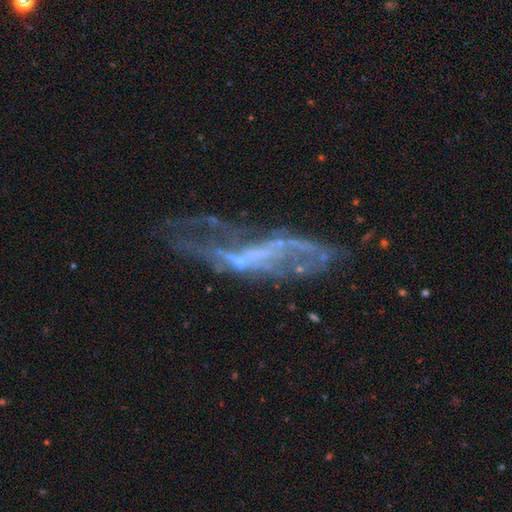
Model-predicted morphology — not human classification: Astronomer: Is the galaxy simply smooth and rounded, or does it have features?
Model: featured or disk — 71%.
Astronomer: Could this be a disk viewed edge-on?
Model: no — 81%.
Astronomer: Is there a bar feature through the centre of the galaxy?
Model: no — 58%.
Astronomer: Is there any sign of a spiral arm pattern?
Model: no — 63%.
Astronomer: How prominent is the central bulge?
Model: none — 59%.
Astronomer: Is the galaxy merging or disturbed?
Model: none — 37% (runner-up: major disturbance, 35%).